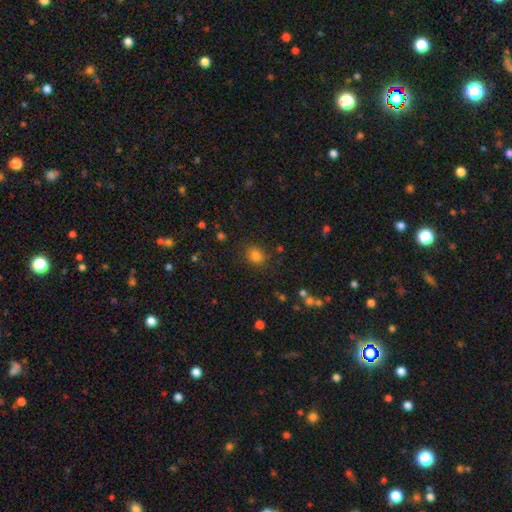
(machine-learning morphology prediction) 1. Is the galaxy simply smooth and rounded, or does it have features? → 81% smooth, 14% star or artifact, 5% featured or disk.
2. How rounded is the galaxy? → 67% round, 32% in between, 1% cigar-shaped.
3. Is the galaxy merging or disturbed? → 83% none, 11% minor disturbance, 4% major disturbance, 2% merger.